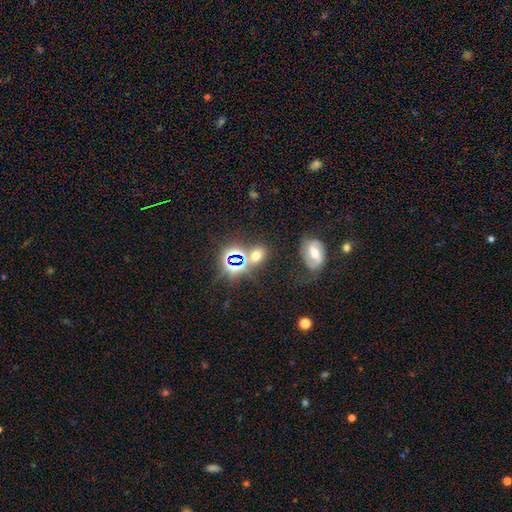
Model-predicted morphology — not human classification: A smooth galaxy with no disk features (52%) that is in between round and cigar-shaped (57%).

Vote fractions:
- Smooth or featured? smooth: 52% / star or artifact: 34% / featured or disk: 13%
- How rounded? in between: 57% / round: 40% / cigar-shaped: 2%
- Merging? none: 65% / minor disturbance: 14% / merger: 14% / major disturbance: 8%